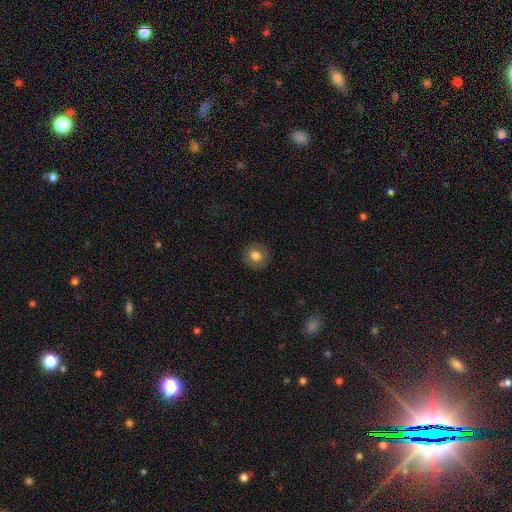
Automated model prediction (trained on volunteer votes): A smooth galaxy with no disk features (76%) that is round (83%). Merging: none (88%).